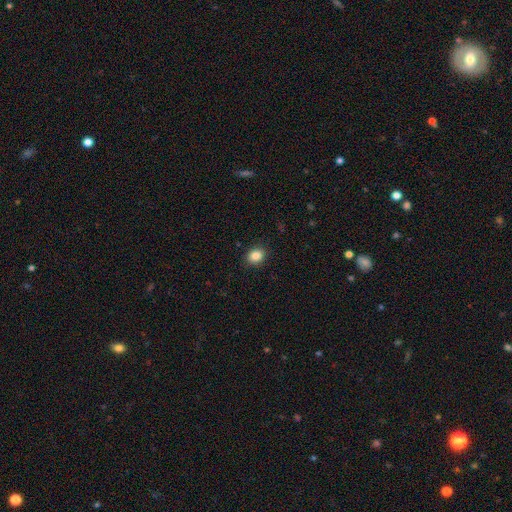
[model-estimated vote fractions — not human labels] Smooth or featured: smooth — 86% (star or artifact — 10%)
How rounded: round — 52% (in between — 47%)
Merging: none — 89% (minor disturbance — 8%)